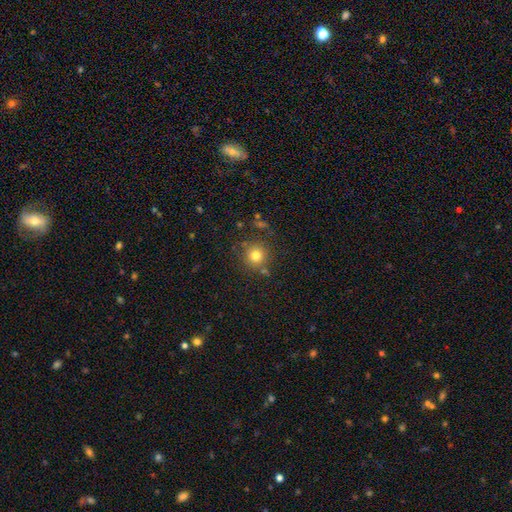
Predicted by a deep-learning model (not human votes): This is likely a smooth galaxy (78%). How rounded: clearly round (93%). Merging: likely none (80%).